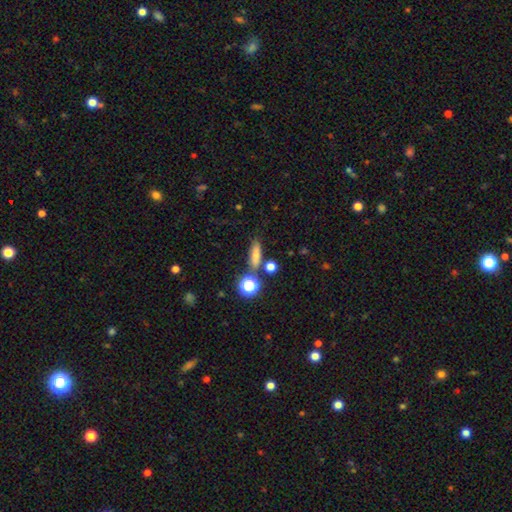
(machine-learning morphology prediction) smooth 73%, star or artifact 15%, featured or disk 13%. Down the decision tree: how rounded — cigar-shaped (48%); merging — none (74%).